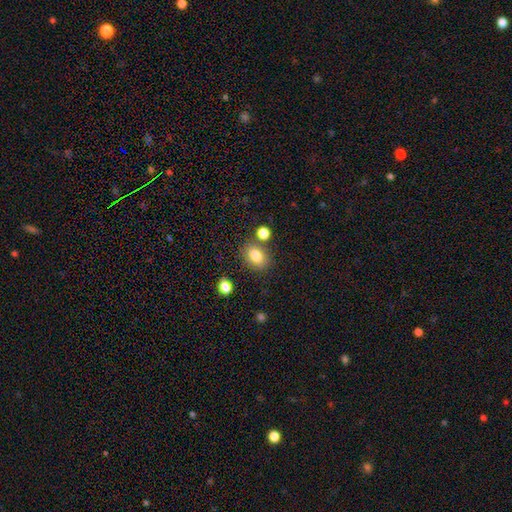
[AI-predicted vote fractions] Overall: smooth (82%). How rounded: in between (70%). Merging: none (75%).